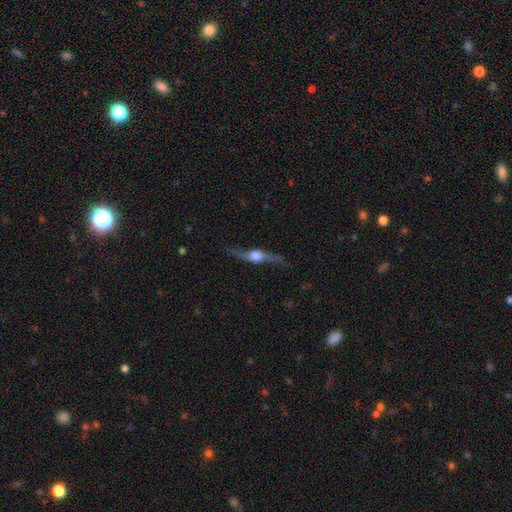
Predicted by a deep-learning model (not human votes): smooth_or_featured: featured or disk (p=0.82) [alt: smooth p=0.13]
disk_edge_on: yes (p=0.87) [alt: no p=0.13]
edge_on_bulge: rounded (p=0.92) [alt: boxy p=0.06]
merging: none (p=0.78) [alt: minor disturbance p=0.15]